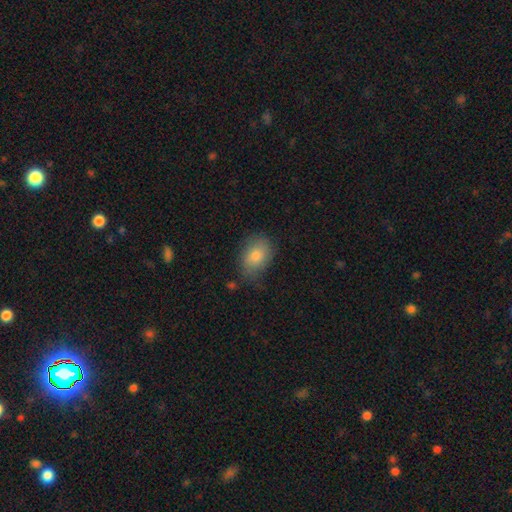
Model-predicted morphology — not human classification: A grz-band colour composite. It shows a smooth galaxy with no disk features (80%) that is in between round and cigar-shaped (75%). Merging: none (69%).